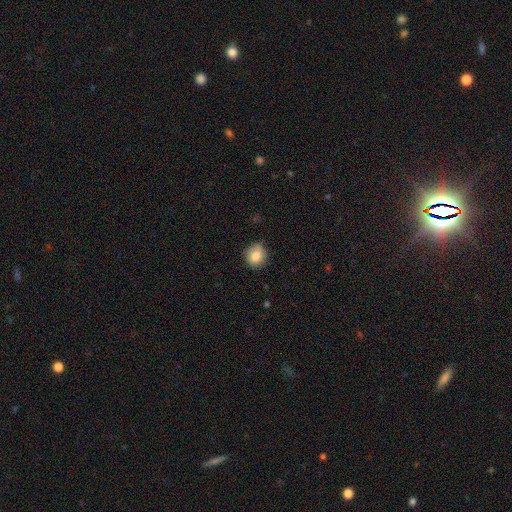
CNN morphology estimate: Smooth or featured?
  - smooth: 83% *
  - featured or disk: 9%
  - star or artifact: 8%
How rounded?
  - round: 76% *
  - in between: 23%
  - cigar-shaped: 1%
Merging?
  - none: 76% *
  - minor disturbance: 19%
  - major disturbance: 3%
  - merger: 1%